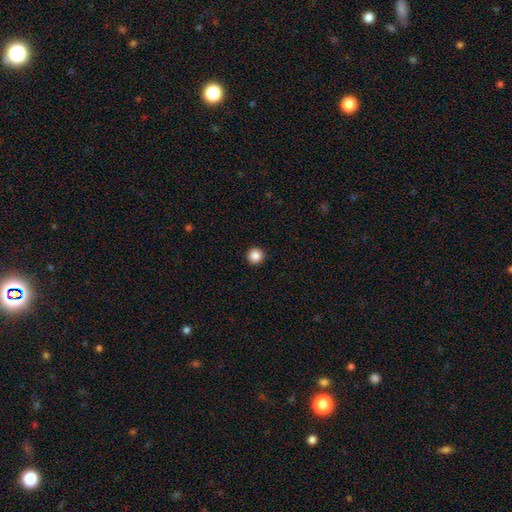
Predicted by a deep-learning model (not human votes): The model was most divided on "smooth or featured": smooth: 88%, star or artifact: 10%, featured or disk: 3%. More confident: how rounded — round (97%); merging — none (94%).